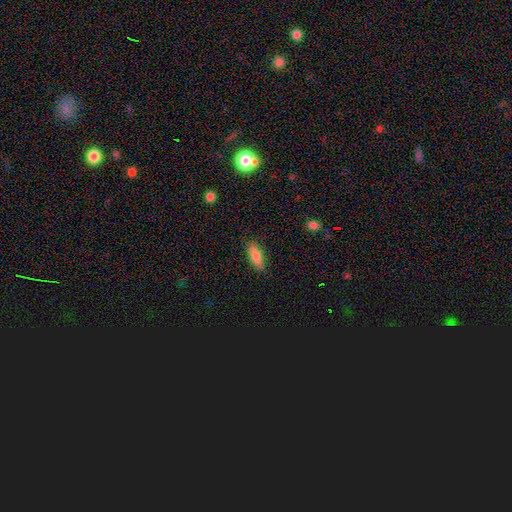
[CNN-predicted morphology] Smooth or featured: smooth — 82% (featured or disk — 12%)
How rounded: in between — 64% (cigar-shaped — 34%)
Merging: none — 84% (minor disturbance — 12%)